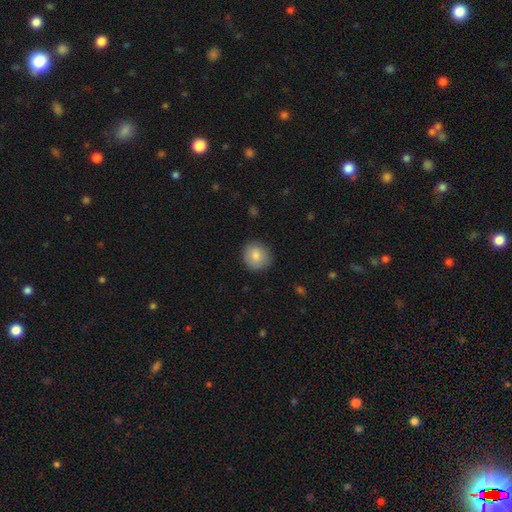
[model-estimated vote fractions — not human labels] Smooth or featured?
  - smooth: 82% *
  - featured or disk: 11%
  - star or artifact: 7%
How rounded?
  - round: 86% *
  - in between: 13%
  - cigar-shaped: 1%
Merging?
  - none: 86% *
  - minor disturbance: 10%
  - major disturbance: 2%
  - merger: 1%